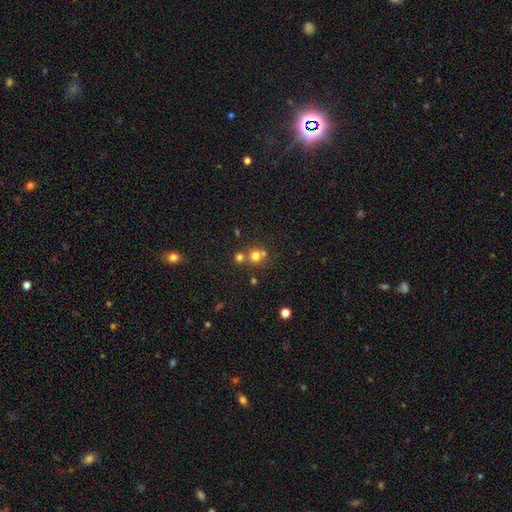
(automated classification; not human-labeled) smooth_or_featured: smooth (p=0.70) [alt: star or artifact p=0.18]
how_rounded: round (p=0.87) [alt: in between p=0.12]
merging: none (p=0.53) [alt: merger p=0.37]